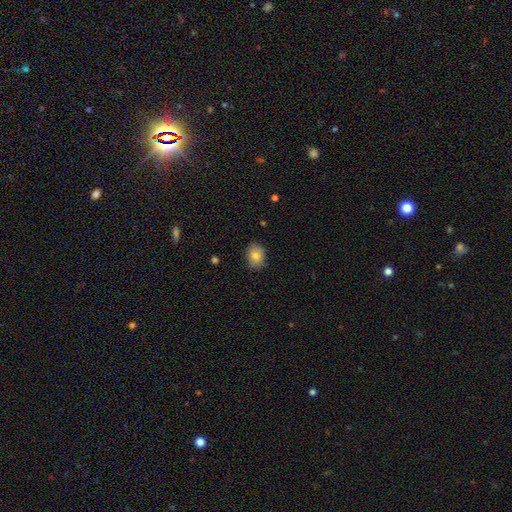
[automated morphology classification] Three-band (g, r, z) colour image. It shows a smooth galaxy with no disk features (83%) that is in between round and cigar-shaped (67%). Merging: none (85%).